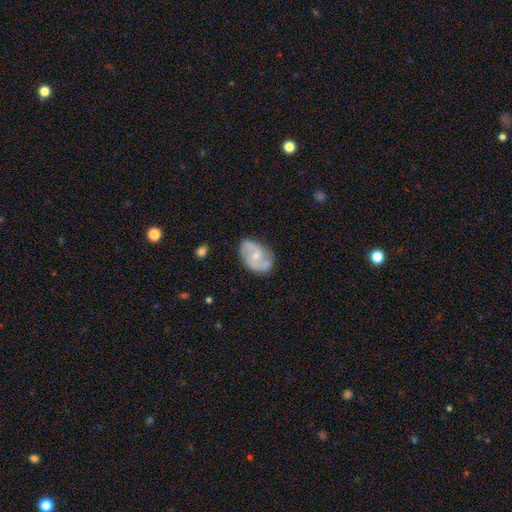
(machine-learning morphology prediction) This is likely a featured or disk galaxy (68%). It is clearly not viewed edge-on (97%). Bar: likely no (64%). Spiral arm pattern: clearly yes (87%). Spiral arm count: clearly 2 (81%). Spiral winding: possibly medium (47%). Central bulge: possibly small (56%). Merging: likely none (67%).